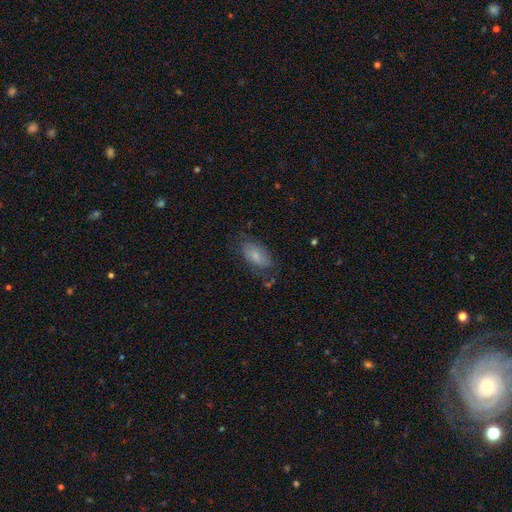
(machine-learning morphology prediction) smooth-or-featured: smooth: 65% | featured or disk: 27% | star or artifact: 8%
  how-rounded: in between: 92% | cigar-shaped: 4% | round: 4%
  merging: none: 60% | minor disturbance: 25% | major disturbance: 12% | merger: 2%